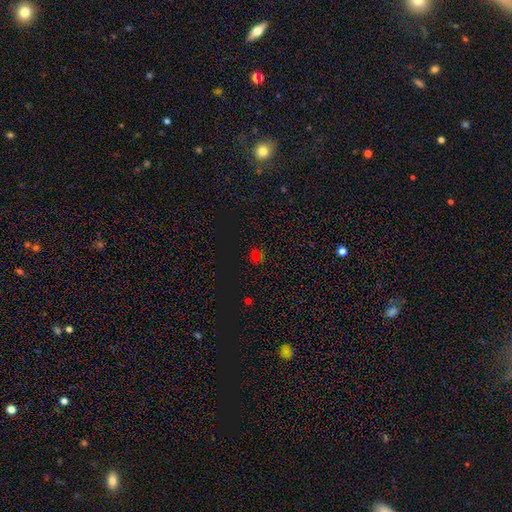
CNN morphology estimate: smooth_or_featured: smooth (p=0.63) [alt: star or artifact p=0.32]
how_rounded: round (p=0.83) [alt: in between p=0.16]
merging: none (p=0.83) [alt: minor disturbance p=0.11]